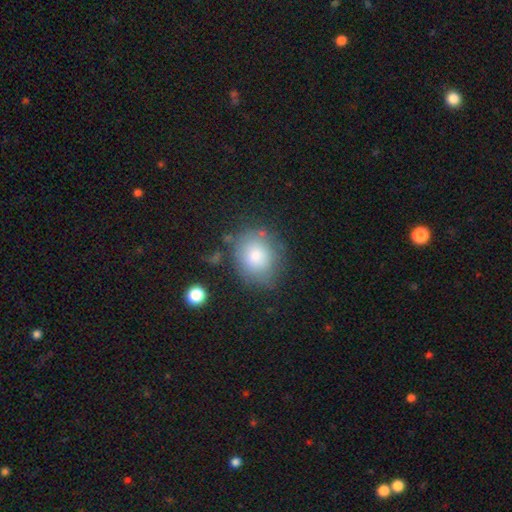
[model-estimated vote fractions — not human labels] Smooth or featured? smooth (79%)
How rounded? round (71%)
Merging? none (69%)